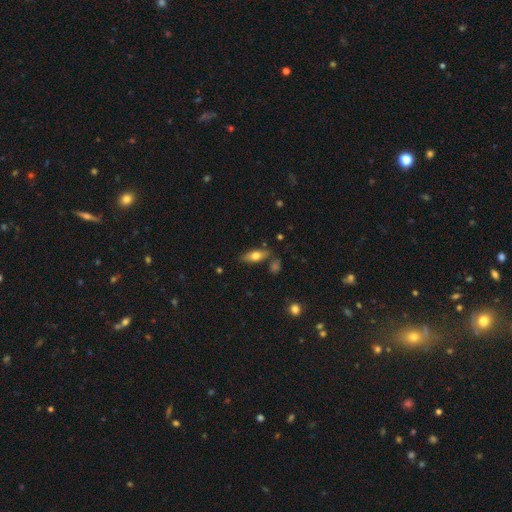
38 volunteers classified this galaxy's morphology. Smooth or featured?
  - smooth: 71% *
  - featured or disk: 26%
  - star or artifact: 3%
How rounded?
  - in between: 74% *
  - cigar-shaped: 26%
  - round: 0%
Merging?
  - none: 73% *
  - minor disturbance: 16%
  - merger: 8%
  - major disturbance: 3%